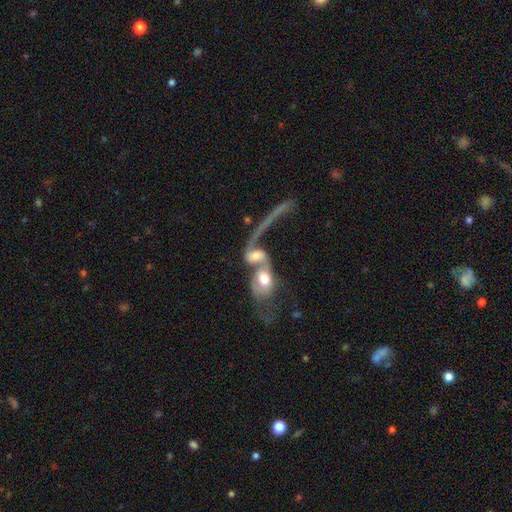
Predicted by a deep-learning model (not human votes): This appears to be a featured or disk galaxy (60%) with no bar (62%), spiral arms (69%) and a moderate central bulge (47%). Merging: merger (75%).